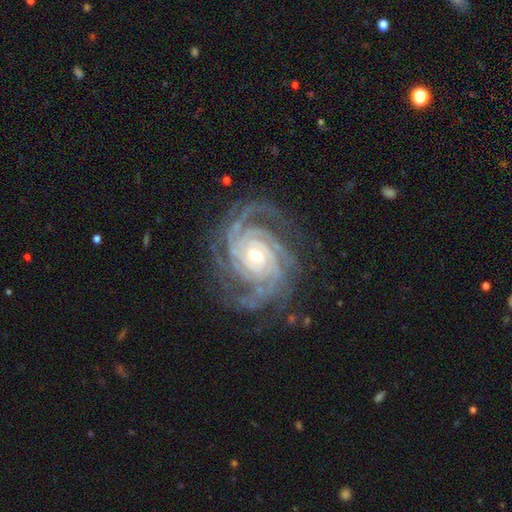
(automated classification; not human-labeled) featured or disk 93%, star or artifact 4%, smooth 2%. Down the decision tree: edge-on disk — no (98%); bar — no (65%); spiral arms — yes (99%); spiral arm count — 4 (28%); spiral winding — tight (80%); bulge size — moderate (49%); merging — none (78%).